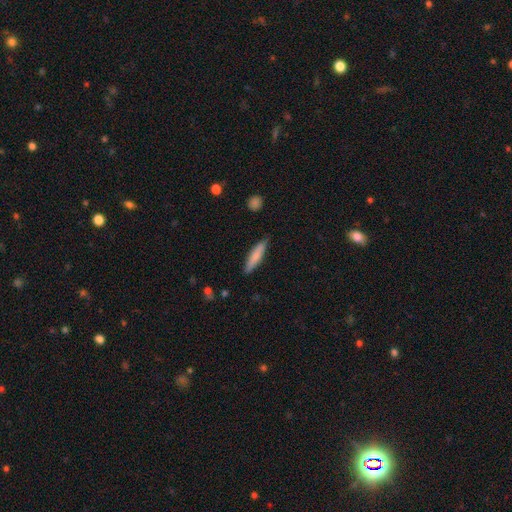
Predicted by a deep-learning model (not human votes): The model was most divided on "smooth or featured": smooth: 77%, featured or disk: 17%, star or artifact: 5%. More confident: merging — none (85%); how rounded — cigar-shaped (84%).